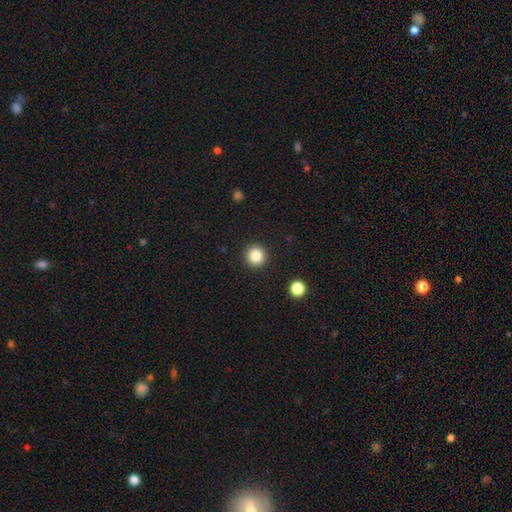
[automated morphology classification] Q: Smooth or featured?
A: smooth (85%); runner-up: star or artifact (11%)
Q: How rounded?
A: round (94%); runner-up: in between (5%)
Q: Merging?
A: none (91%); runner-up: minor disturbance (5%)